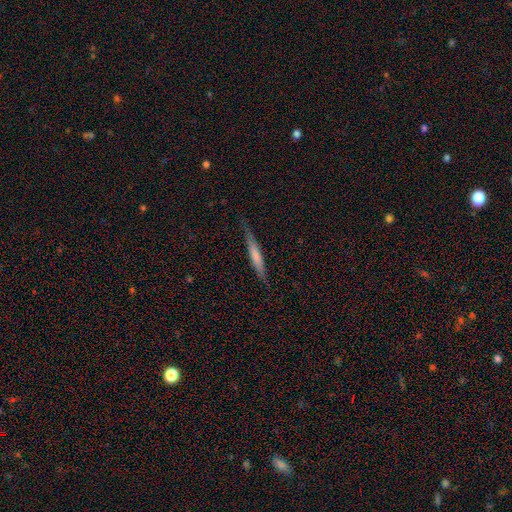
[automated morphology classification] Smooth or featured?
  - smooth: 55% *
  - featured or disk: 39%
  - star or artifact: 6%
How rounded?
  - cigar-shaped: 94% *
  - in between: 5%
  - round: 1%
Merging?
  - none: 83% *
  - minor disturbance: 13%
  - major disturbance: 3%
  - merger: 1%